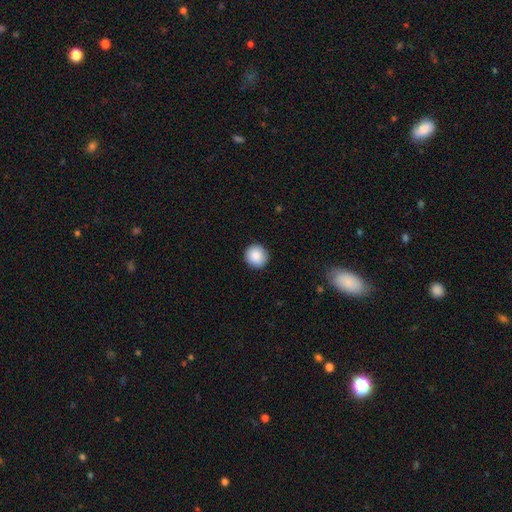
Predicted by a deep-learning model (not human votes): Overall: smooth (88%). How rounded: round (94%). Merging: none (91%).